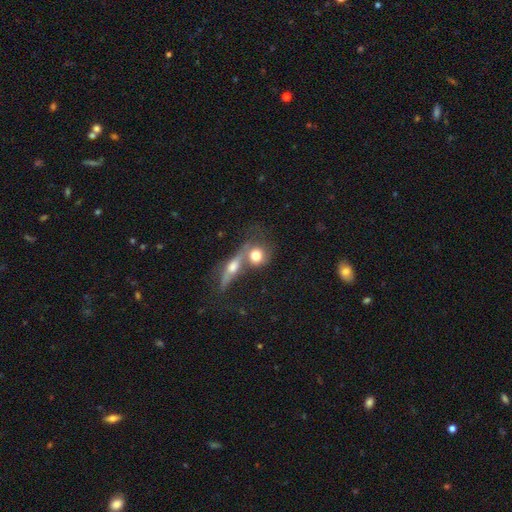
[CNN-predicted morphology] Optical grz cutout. It shows a smooth galaxy with no disk features (63%) that is round (67%). Merging: merger (53%).